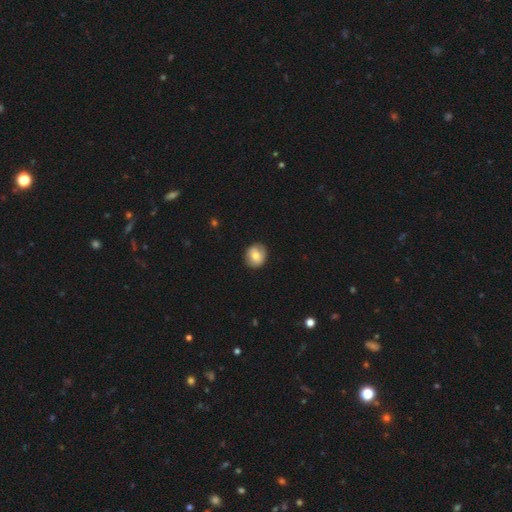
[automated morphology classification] Smooth or featured? Predicted: smooth (p=0.74). How rounded? Predicted: round (p=0.82). Merging? Predicted: none (p=0.86).